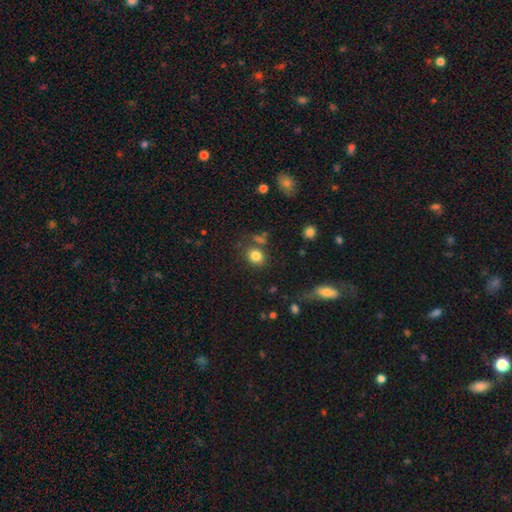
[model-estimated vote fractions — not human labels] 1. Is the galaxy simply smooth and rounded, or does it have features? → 82% smooth, 12% star or artifact, 6% featured or disk.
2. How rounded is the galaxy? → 65% round, 34% in between, 1% cigar-shaped.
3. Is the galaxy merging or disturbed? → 73% none, 13% minor disturbance, 9% merger, 5% major disturbance.